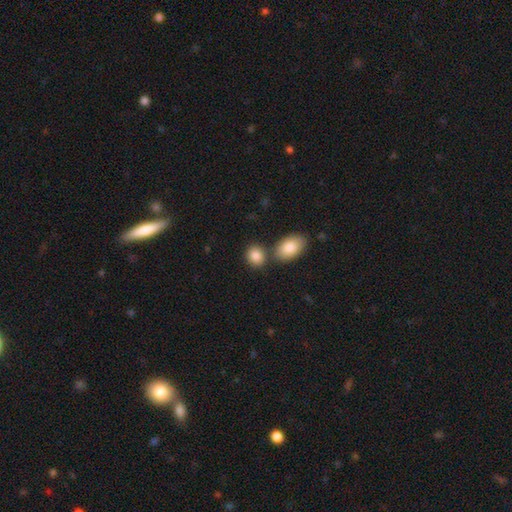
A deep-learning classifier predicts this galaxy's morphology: Smooth or featured: smooth — 86% (star or artifact — 7%)
How rounded: in between — 50% (round — 48%)
Merging: none — 61% (merger — 25%)